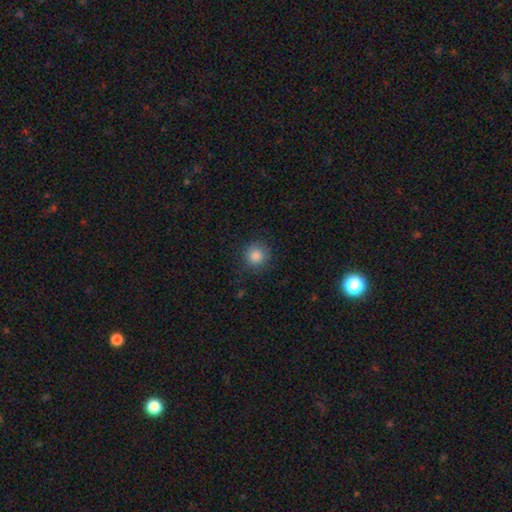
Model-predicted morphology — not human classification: smooth_or_featured: smooth (p=0.85) [alt: star or artifact p=0.10]
how_rounded: round (p=0.91) [alt: in between p=0.08]
merging: none (p=0.85) [alt: minor disturbance p=0.11]